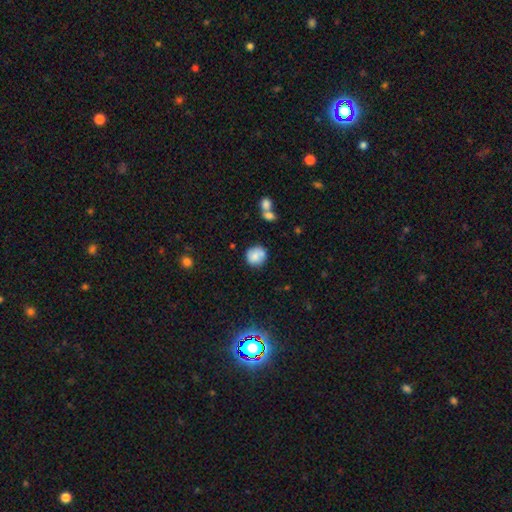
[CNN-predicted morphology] Smooth or featured?
  - smooth: 78% *
  - featured or disk: 14%
  - star or artifact: 8%
How rounded?
  - round: 87% *
  - in between: 12%
  - cigar-shaped: 1%
Merging?
  - none: 70% *
  - minor disturbance: 18%
  - merger: 8%
  - major disturbance: 4%